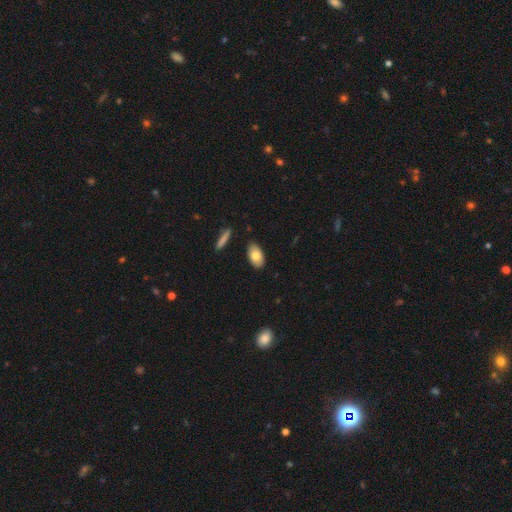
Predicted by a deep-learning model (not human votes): This is clearly a smooth galaxy (80%). How rounded: clearly in between (93%). Merging: clearly none (84%).